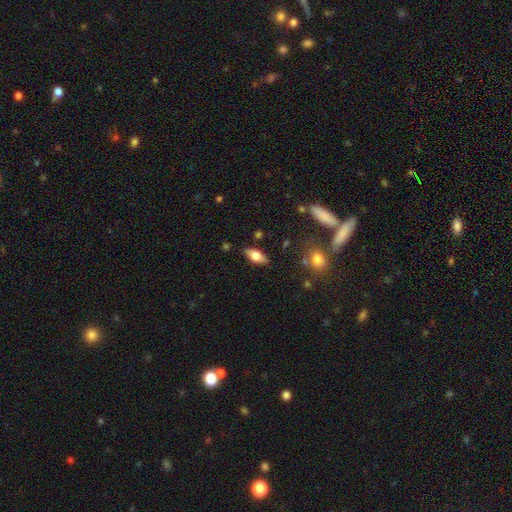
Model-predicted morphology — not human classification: This appears to be a smooth galaxy with no disk features (60%) that is in between round and cigar-shaped (80%). Merging: none (85%).